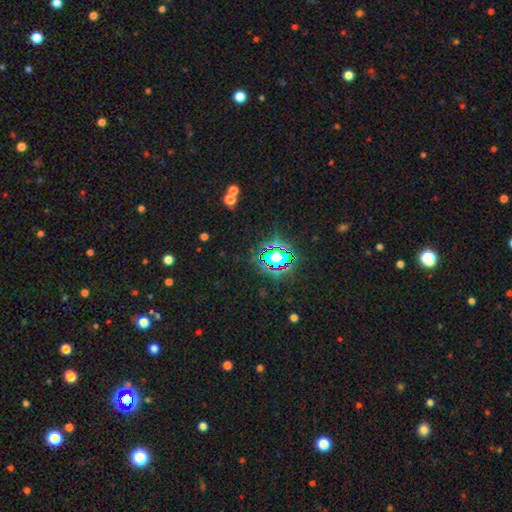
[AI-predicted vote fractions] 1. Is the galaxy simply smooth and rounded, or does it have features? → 83% star or artifact, 11% smooth, 7% featured or disk.